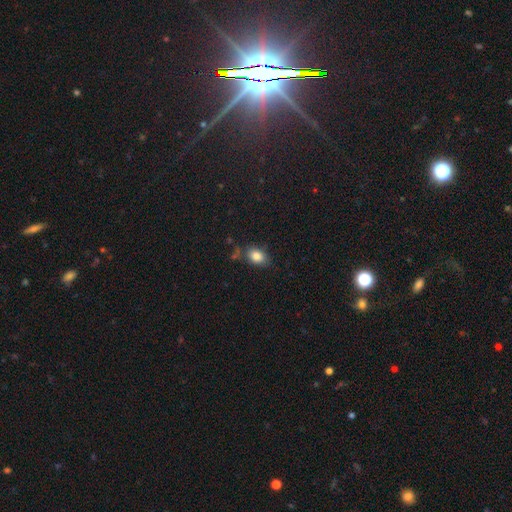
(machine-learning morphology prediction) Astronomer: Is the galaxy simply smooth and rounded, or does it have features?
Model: smooth — 84%.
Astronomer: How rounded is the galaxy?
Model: in between — 80%.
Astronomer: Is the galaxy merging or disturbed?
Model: none — 71%.